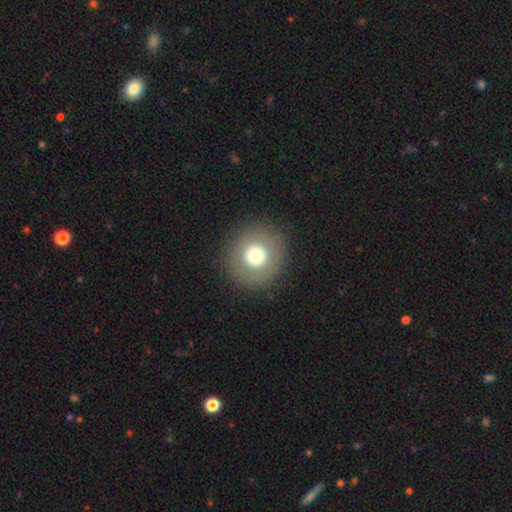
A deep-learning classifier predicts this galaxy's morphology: smooth_or_featured: smooth (p=0.70) [alt: featured or disk p=0.20]
how_rounded: round (p=0.94) [alt: in between p=0.05]
merging: none (p=0.90) [alt: minor disturbance p=0.06]